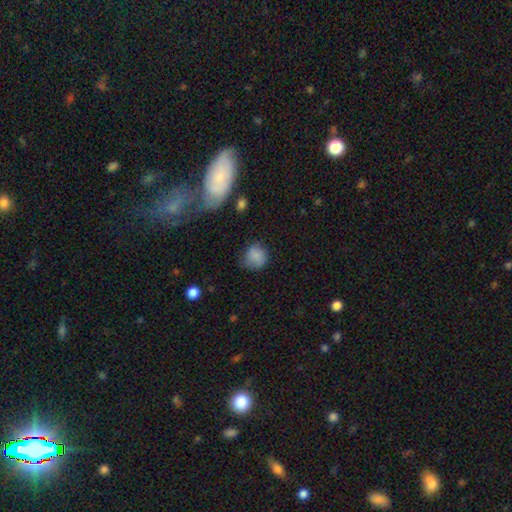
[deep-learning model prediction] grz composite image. It shows a smooth galaxy with no disk features (83%) that is round (79%). Merging: none (61%).